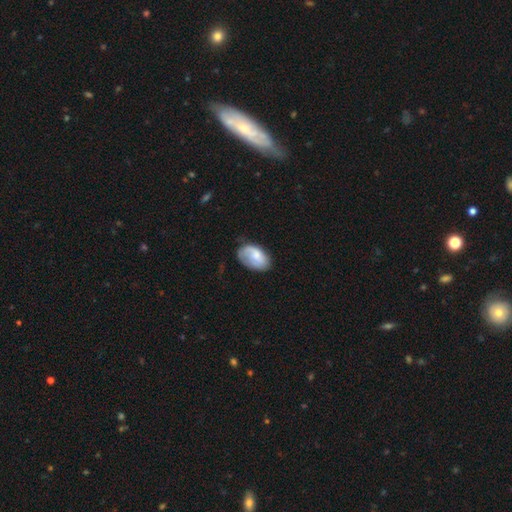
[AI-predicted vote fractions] This appears to be a smooth galaxy with no disk features (70%) that is in between round and cigar-shaped (91%). Merging: none (60%).